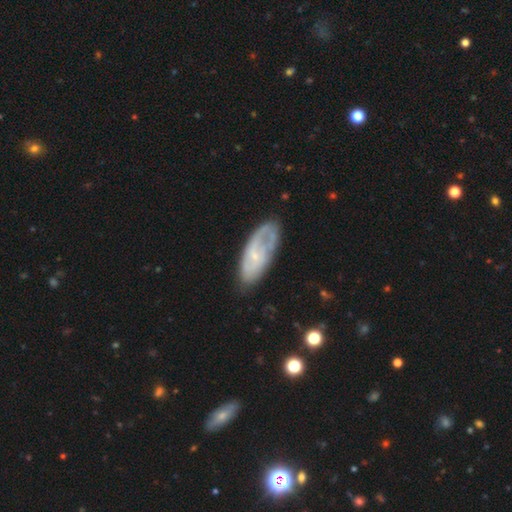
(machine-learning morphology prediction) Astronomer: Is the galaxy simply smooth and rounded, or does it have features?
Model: featured or disk — 60%.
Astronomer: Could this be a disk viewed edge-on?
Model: no — 88%.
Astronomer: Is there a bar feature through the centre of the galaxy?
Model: no — 71%.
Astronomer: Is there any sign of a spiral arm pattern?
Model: yes — 62% (runner-up: no, 38%).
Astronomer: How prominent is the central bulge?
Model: small — 72%.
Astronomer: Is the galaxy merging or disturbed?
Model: none — 60%.